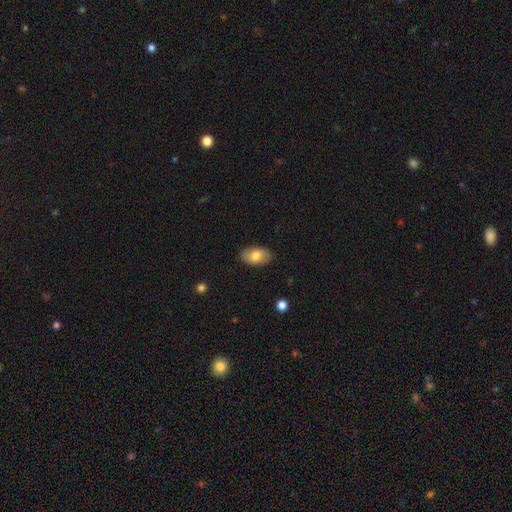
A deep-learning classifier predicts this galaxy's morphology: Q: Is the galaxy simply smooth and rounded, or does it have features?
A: smooth — 79%.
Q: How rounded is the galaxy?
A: in between — 92%.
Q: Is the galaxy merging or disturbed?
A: none — 87%.